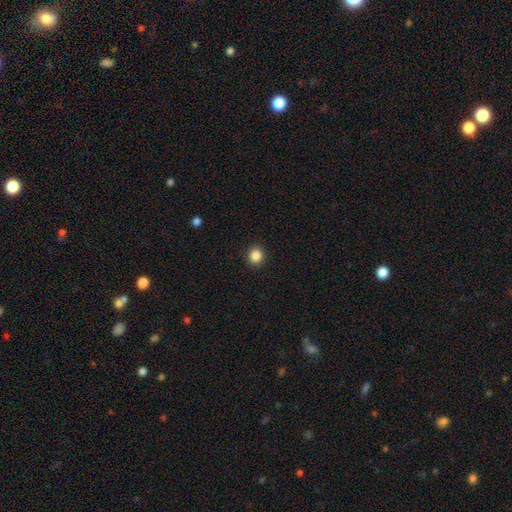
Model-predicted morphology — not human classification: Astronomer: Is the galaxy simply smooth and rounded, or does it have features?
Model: smooth — 86%.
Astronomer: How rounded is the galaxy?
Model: round — 80%.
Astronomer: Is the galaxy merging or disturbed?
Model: none — 92%.